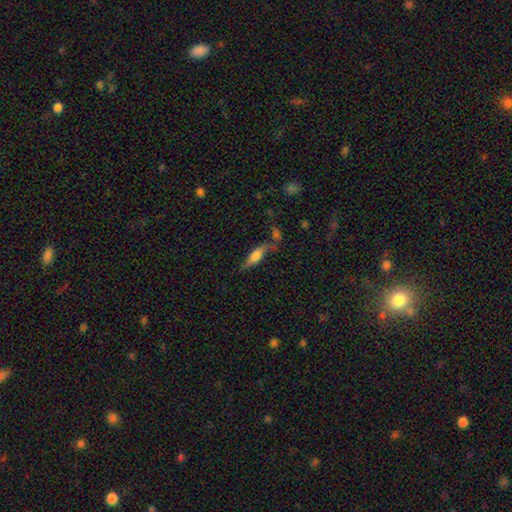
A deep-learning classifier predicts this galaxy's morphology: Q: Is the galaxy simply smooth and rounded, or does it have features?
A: smooth — 54%.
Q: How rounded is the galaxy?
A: cigar-shaped — 48%, tied with in between.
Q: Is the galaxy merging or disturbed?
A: none — 52%.